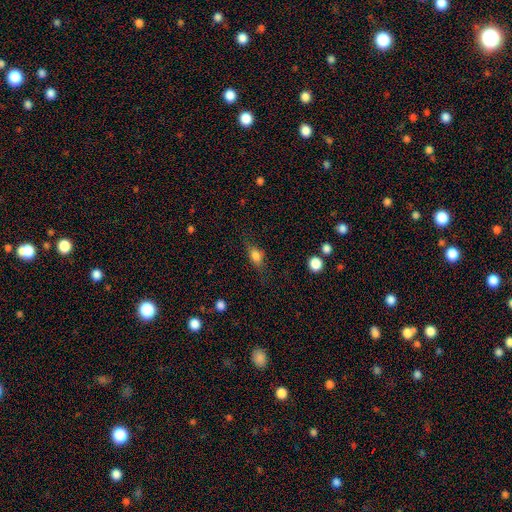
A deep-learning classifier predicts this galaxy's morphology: Smooth or featured: smooth — 74% (featured or disk — 16%)
How rounded: in between — 69% (round — 21%)
Merging: none — 67% (minor disturbance — 22%)